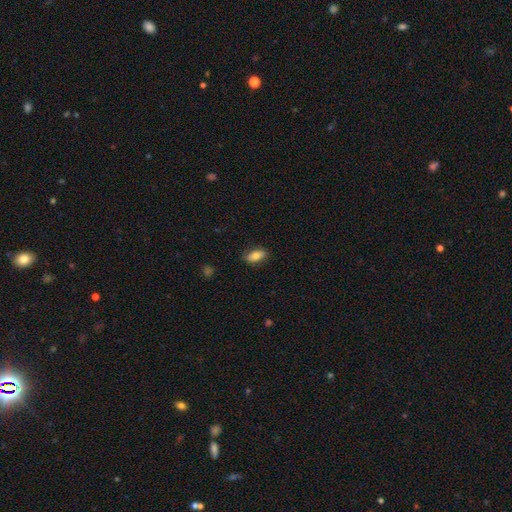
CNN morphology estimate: Q: Smooth or featured?
A: smooth (80%); runner-up: featured or disk (13%)
Q: How rounded?
A: in between (90%); runner-up: cigar-shaped (6%)
Q: Merging?
A: none (85%); runner-up: minor disturbance (12%)